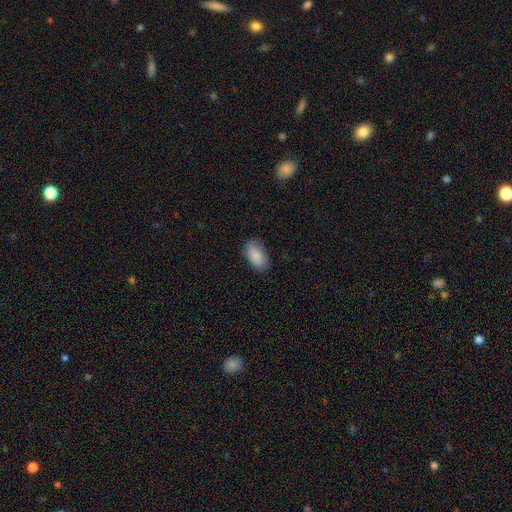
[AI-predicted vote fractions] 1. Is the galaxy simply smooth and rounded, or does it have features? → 88% smooth, 7% star or artifact, 5% featured or disk.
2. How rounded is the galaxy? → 94% in between, 4% round, 2% cigar-shaped.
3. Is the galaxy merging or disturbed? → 82% none, 14% minor disturbance, 3% major disturbance, 1% merger.